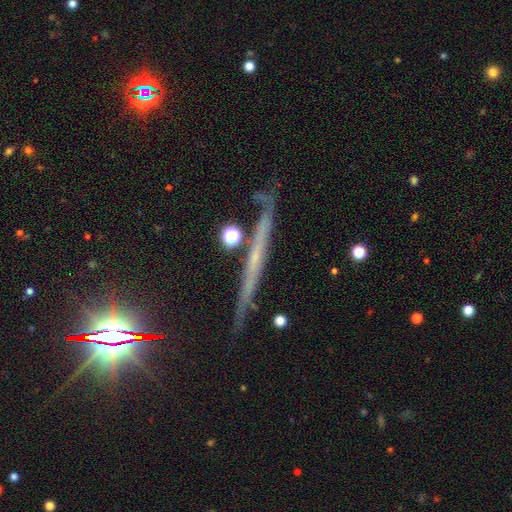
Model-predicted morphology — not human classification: smooth_or_featured: featured or disk (p=0.60) [alt: smooth p=0.22]
disk_edge_on: yes (p=0.95) [alt: no p=0.05]
edge_on_bulge: none (p=0.74) [alt: rounded p=0.18]
merging: none (p=0.83) [alt: minor disturbance p=0.12]